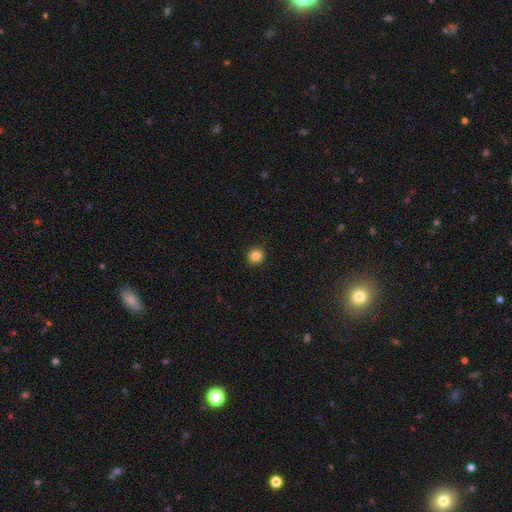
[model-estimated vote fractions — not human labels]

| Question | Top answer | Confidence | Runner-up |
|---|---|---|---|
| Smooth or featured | smooth | 85% | star or artifact (11%) |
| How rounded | round | 84% | in between (15%) |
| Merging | none | 91% | minor disturbance (6%) |